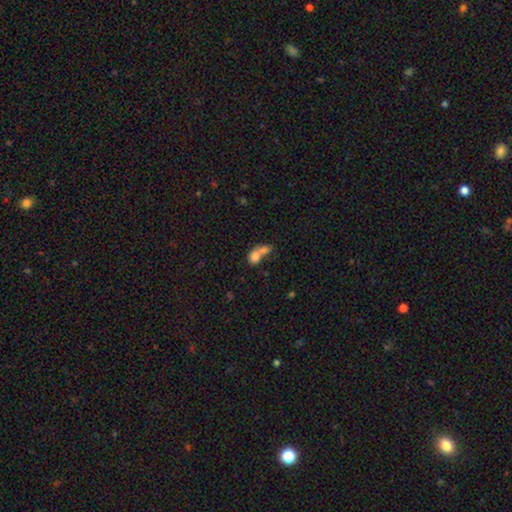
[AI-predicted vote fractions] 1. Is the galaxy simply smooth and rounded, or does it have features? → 75% smooth, 16% featured or disk, 10% star or artifact.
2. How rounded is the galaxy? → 54% in between, 44% round, 2% cigar-shaped.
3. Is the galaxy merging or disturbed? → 70% merger, 19% none, 6% minor disturbance, 5% major disturbance.